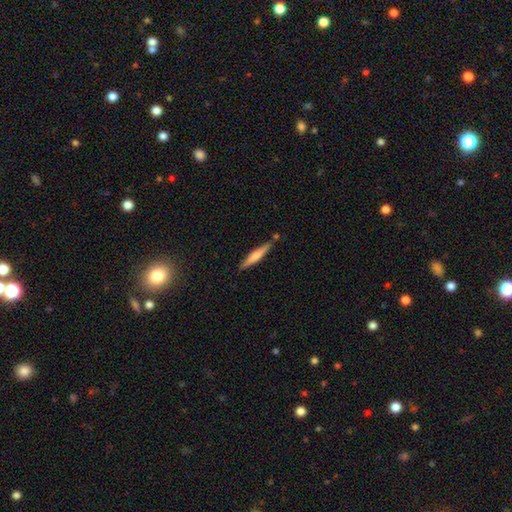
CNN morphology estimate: smooth_or_featured: smooth (p=0.54) [alt: featured or disk p=0.41]
how_rounded: cigar-shaped (p=0.92) [alt: in between p=0.07]
merging: none (p=0.82) [alt: minor disturbance p=0.12]